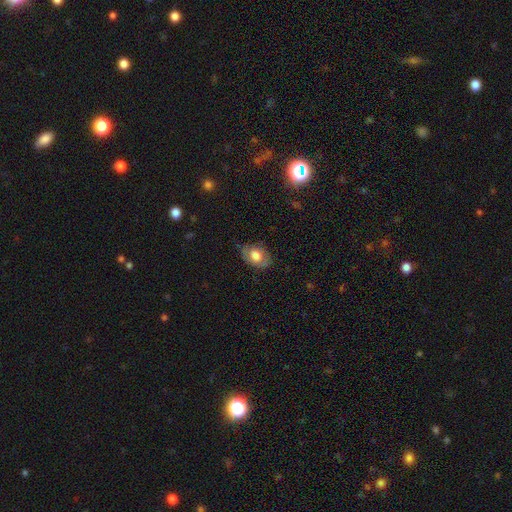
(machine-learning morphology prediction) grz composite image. It shows a smooth galaxy with no disk features (66%) that is in between round and cigar-shaped (78%). Merging: none (71%).